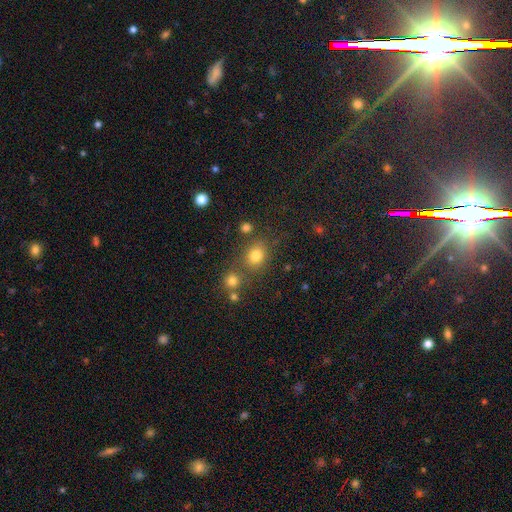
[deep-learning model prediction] smooth 77%, star or artifact 16%, featured or disk 7%. Down the decision tree: how rounded — round (64%); merging — none (68%).